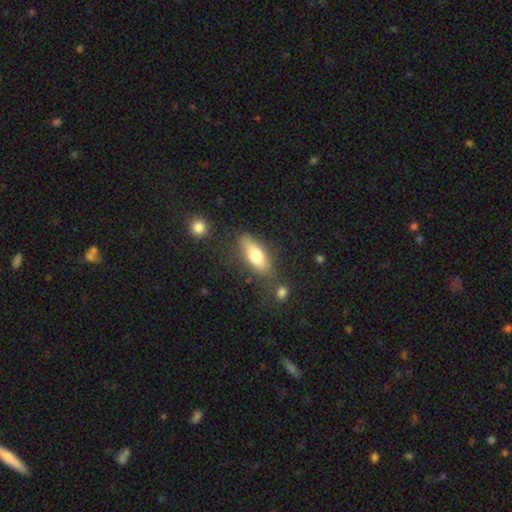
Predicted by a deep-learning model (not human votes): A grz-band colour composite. It shows a smooth galaxy with no disk features (70%) that is in between round and cigar-shaped (70%). Merging: none (73%).